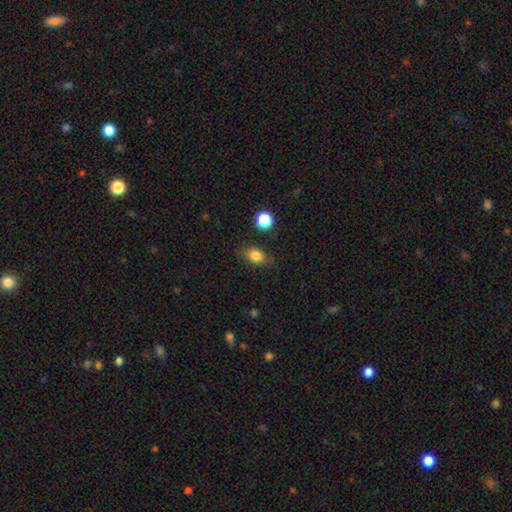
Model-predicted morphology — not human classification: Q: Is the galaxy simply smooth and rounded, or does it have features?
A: smooth — 83%.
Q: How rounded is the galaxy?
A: in between — 75%.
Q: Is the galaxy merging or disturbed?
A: none — 78%.